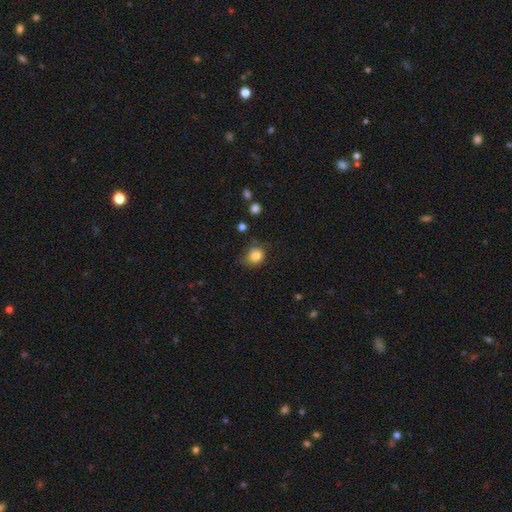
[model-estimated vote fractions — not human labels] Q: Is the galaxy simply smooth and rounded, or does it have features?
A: smooth — 83%.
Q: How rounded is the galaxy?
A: round — 75%.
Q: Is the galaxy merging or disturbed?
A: none — 65%.